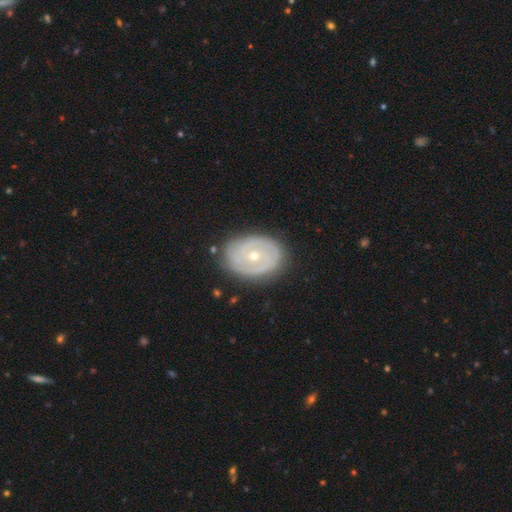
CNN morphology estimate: Smooth or featured? Predicted: featured or disk (p=0.65). Edge-on disk? Predicted: no (p=0.94). Bar? Predicted: no (p=0.77). Spiral arms? Predicted: no (p=0.53). Bulge size? Predicted: small (p=0.53). Merging? Predicted: none (p=0.82).